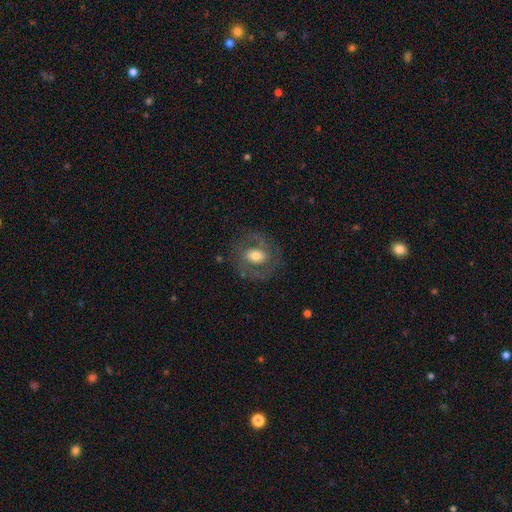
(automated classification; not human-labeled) The model was most divided on "bar": no: 45%, weak: 36%, strong: 18%. More confident: edge-on disk — no (95%); merging — none (74%); bulge size — moderate (61%); smooth or featured — featured or disk (58%); spiral arms — yes (58%).